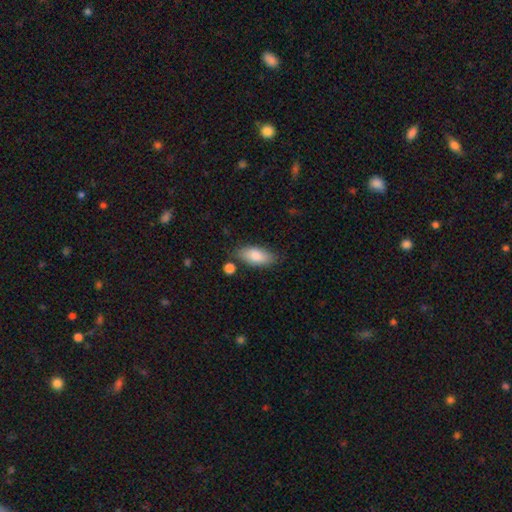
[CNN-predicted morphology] type=smooth (85%); roundness=in between (87%); merging=none (75%).